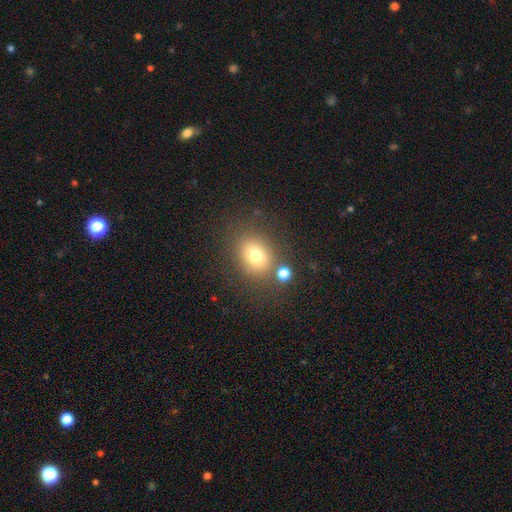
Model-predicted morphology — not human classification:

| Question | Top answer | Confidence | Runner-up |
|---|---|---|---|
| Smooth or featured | smooth | 75% | star or artifact (13%) |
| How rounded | round | 53% | in between (46%) |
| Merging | none | 73% | minor disturbance (12%) |